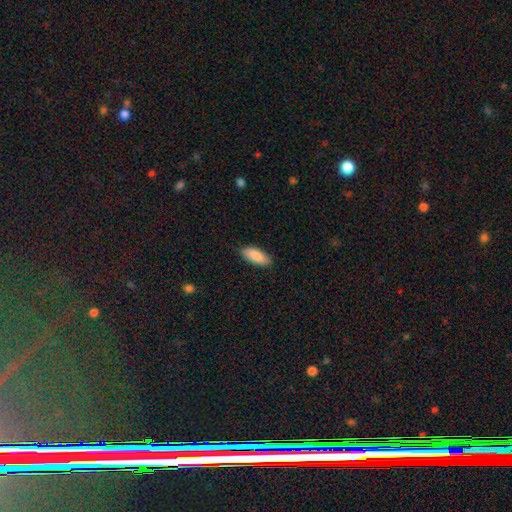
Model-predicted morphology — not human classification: Smooth or featured?
  - smooth: 89% *
  - featured or disk: 6%
  - star or artifact: 5%
How rounded?
  - in between: 84% *
  - cigar-shaped: 14%
  - round: 2%
Merging?
  - none: 86% *
  - minor disturbance: 11%
  - major disturbance: 2%
  - merger: 1%